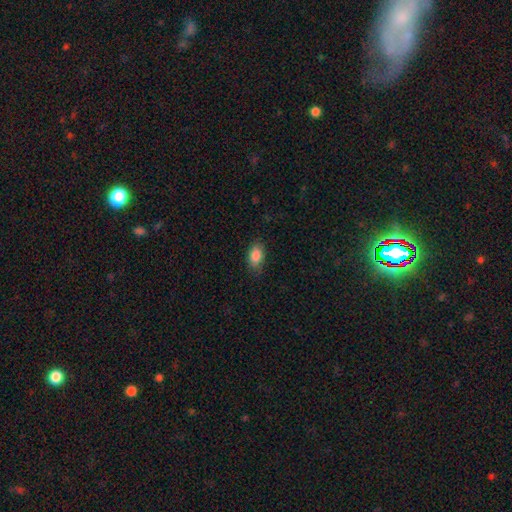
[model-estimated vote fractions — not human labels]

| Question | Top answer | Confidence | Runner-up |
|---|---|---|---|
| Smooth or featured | smooth | 87% | star or artifact (8%) |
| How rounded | in between | 89% | round (8%) |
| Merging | none | 82% | minor disturbance (14%) |